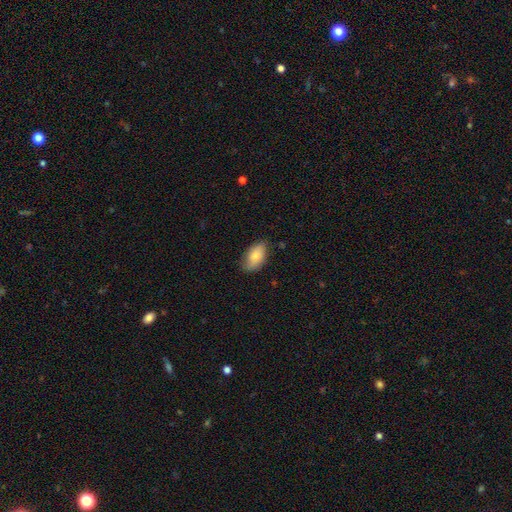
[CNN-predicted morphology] Smooth or featured? smooth (79%)
How rounded? in between (93%)
Merging? none (73%)